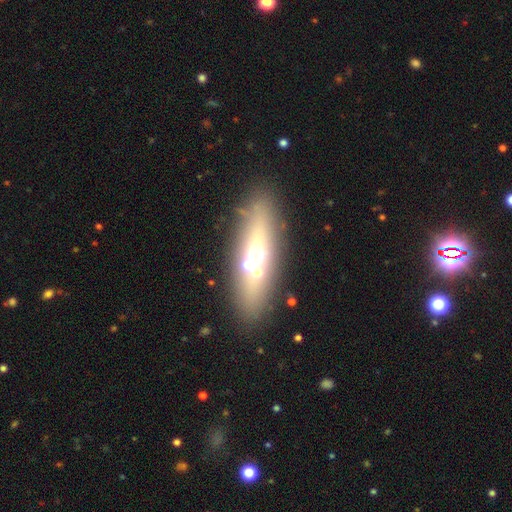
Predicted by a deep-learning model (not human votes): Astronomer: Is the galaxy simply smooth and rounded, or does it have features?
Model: smooth — 44% (runner-up: featured or disk, 37%).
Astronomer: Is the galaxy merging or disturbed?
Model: none — 71%.